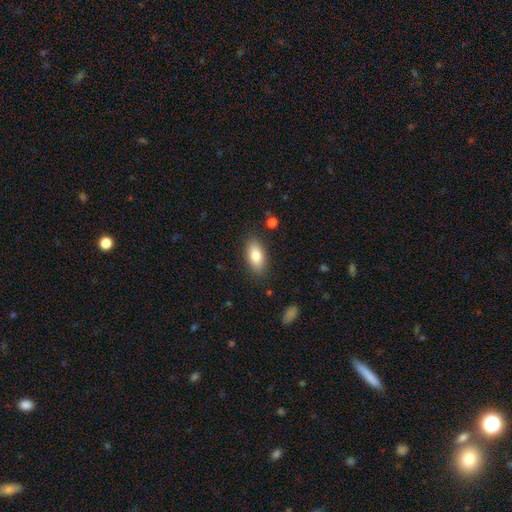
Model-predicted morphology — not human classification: This is clearly a smooth galaxy (81%). How rounded: clearly in between (88%). Merging: clearly none (86%).